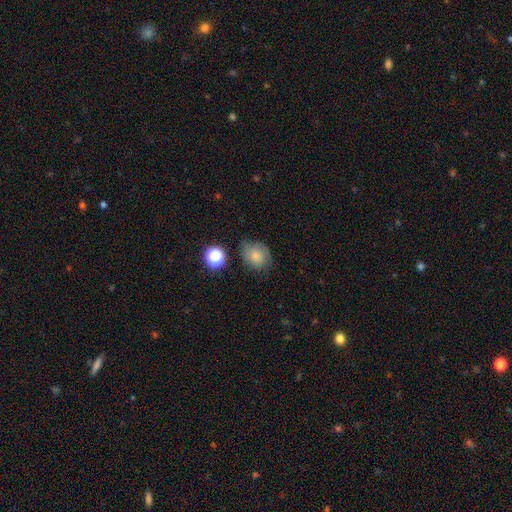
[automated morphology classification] A smooth galaxy with no disk features (75%) that is round (65%).

Vote fractions:
- Smooth or featured? smooth: 75% / featured or disk: 13% / star or artifact: 12%
- How rounded? round: 65% / in between: 34% / cigar-shaped: 1%
- Merging? none: 65% / minor disturbance: 25% / major disturbance: 7% / merger: 3%